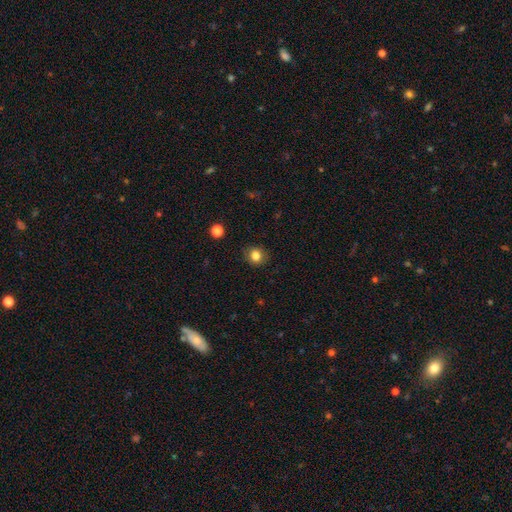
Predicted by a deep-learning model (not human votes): Smooth or featured: smooth — 83% (star or artifact — 11%)
How rounded: round — 83% (in between — 16%)
Merging: none — 89% (minor disturbance — 8%)